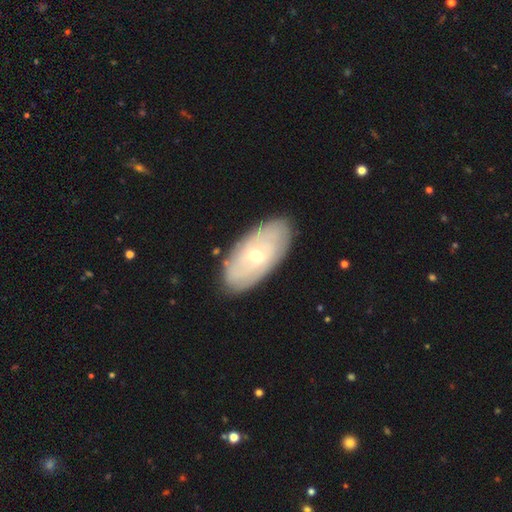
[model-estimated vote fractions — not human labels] Q: Smooth or featured?
A: featured or disk (60%); runner-up: smooth (34%)
Q: Edge-on disk?
A: no (88%); runner-up: yes (12%)
Q: Bar?
A: no (55%); runner-up: weak (36%)
Q: Spiral arms?
A: yes (59%); runner-up: no (41%)
Q: Bulge size?
A: small (54%); runner-up: moderate (43%)
Q: Merging?
A: none (85%); runner-up: minor disturbance (11%)